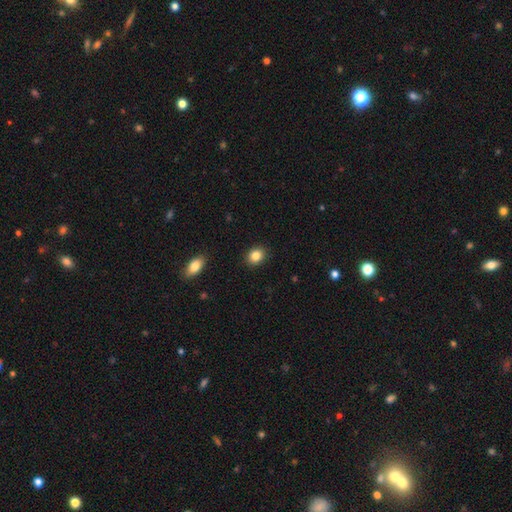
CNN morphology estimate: This is clearly a smooth galaxy (84%). How rounded: possibly round (55%). Merging: clearly none (90%).